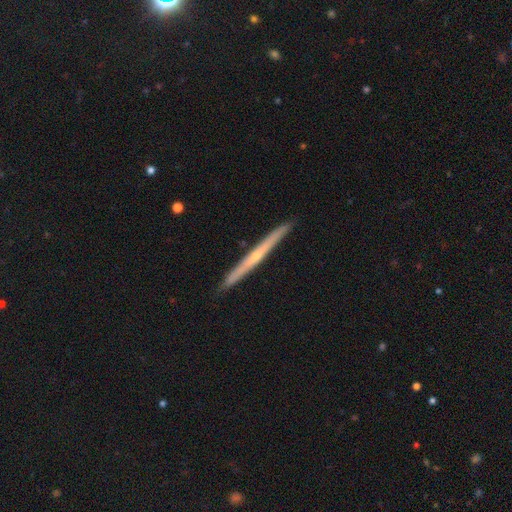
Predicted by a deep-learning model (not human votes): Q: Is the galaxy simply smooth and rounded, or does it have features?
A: featured or disk — 74%.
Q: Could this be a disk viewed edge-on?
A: yes — 98%.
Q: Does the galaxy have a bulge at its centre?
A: rounded — 57%.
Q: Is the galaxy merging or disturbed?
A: none — 91%.